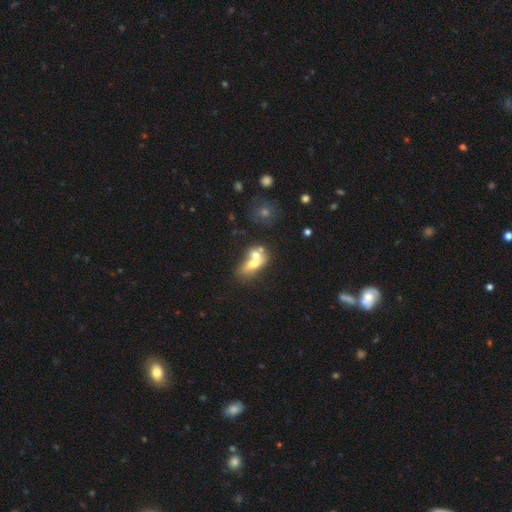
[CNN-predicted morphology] Q: Smooth or featured?
A: smooth (58%); runner-up: featured or disk (32%)
Q: How rounded?
A: in between (69%); runner-up: round (23%)
Q: Merging?
A: merger (67%); runner-up: none (19%)